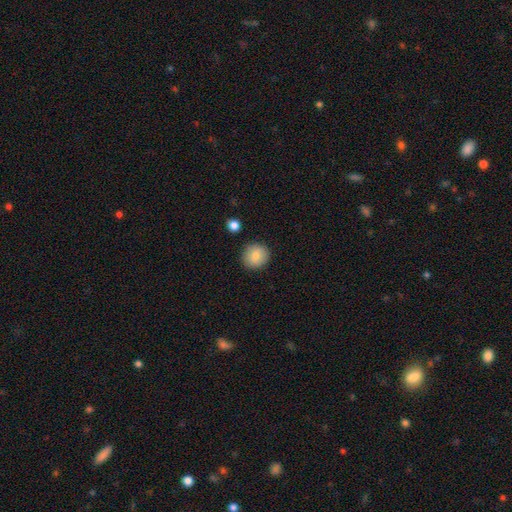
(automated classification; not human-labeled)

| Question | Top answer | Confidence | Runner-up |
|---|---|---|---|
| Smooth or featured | smooth | 84% | featured or disk (8%) |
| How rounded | round | 91% | in between (8%) |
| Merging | none | 89% | minor disturbance (7%) |